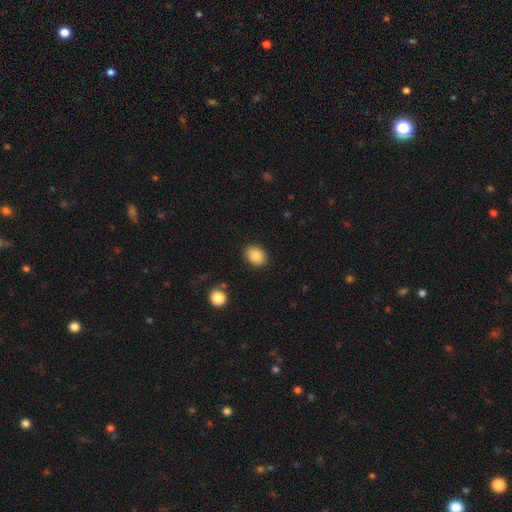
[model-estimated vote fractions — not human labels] This is clearly a smooth galaxy (87%). How rounded: likely in between (66%). Merging: clearly none (88%).